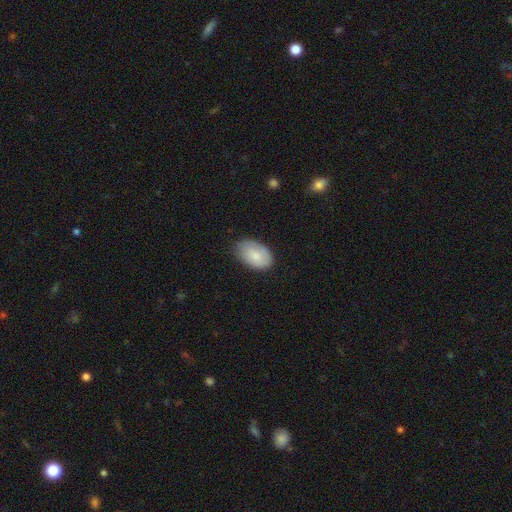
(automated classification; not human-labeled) Smooth or featured? smooth (81%)
How rounded? in between (93%)
Merging? none (74%)